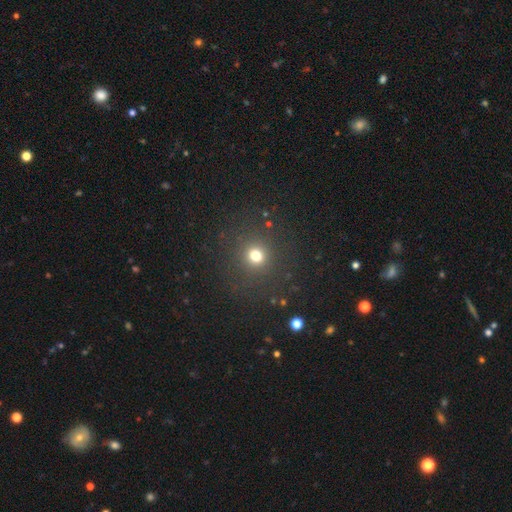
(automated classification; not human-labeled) A smooth galaxy with no disk features (73%) that is round (89%).

Vote fractions:
- Smooth or featured? smooth: 73% / star or artifact: 20% / featured or disk: 7%
- How rounded? round: 89% / in between: 10% / cigar-shaped: 1%
- Merging? none: 87% / minor disturbance: 7% / major disturbance: 4% / merger: 2%